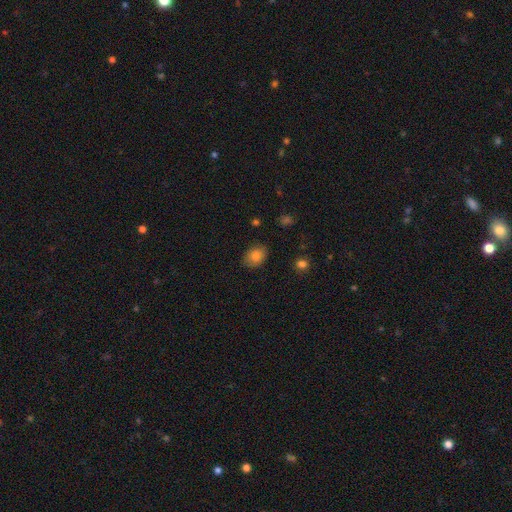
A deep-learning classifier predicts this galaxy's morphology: Smooth or featured? Predicted: smooth (p=0.81). How rounded? Predicted: in between (p=0.69). Merging? Predicted: none (p=0.84).